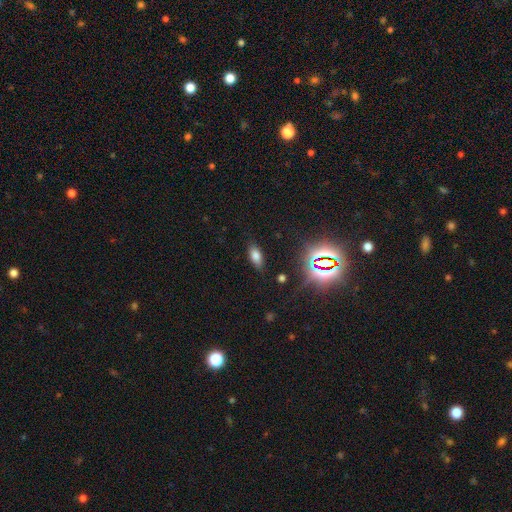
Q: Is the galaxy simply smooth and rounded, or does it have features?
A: smooth — 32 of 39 (82%).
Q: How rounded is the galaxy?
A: in between — 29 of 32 (91%).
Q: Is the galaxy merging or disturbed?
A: none — 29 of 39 (74%).